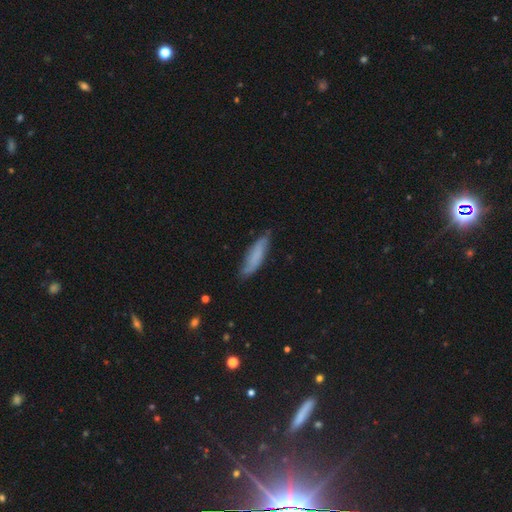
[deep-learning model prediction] Smooth or featured?
  - smooth: 70% *
  - featured or disk: 22%
  - star or artifact: 7%
How rounded?
  - cigar-shaped: 68% *
  - in between: 30%
  - round: 2%
Merging?
  - none: 72% *
  - minor disturbance: 23%
  - major disturbance: 4%
  - merger: 2%